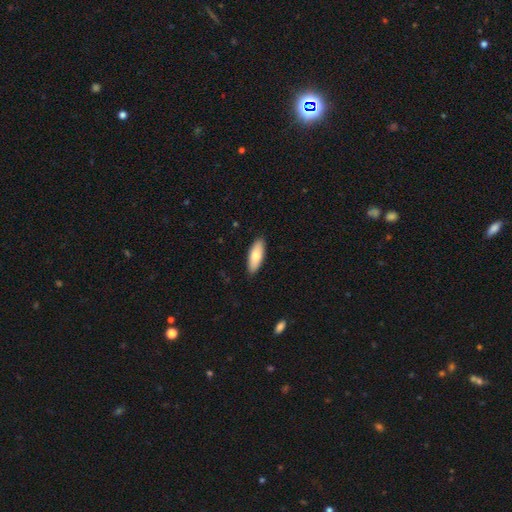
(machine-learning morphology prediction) A smooth galaxy with no disk features (76%) that is in between round and cigar-shaped (70%).

Vote fractions:
- Smooth or featured? smooth: 76% / featured or disk: 18% / star or artifact: 5%
- How rounded? in between: 70% / cigar-shaped: 28% / round: 2%
- Merging? none: 89% / minor disturbance: 8% / major disturbance: 2% / merger: 1%